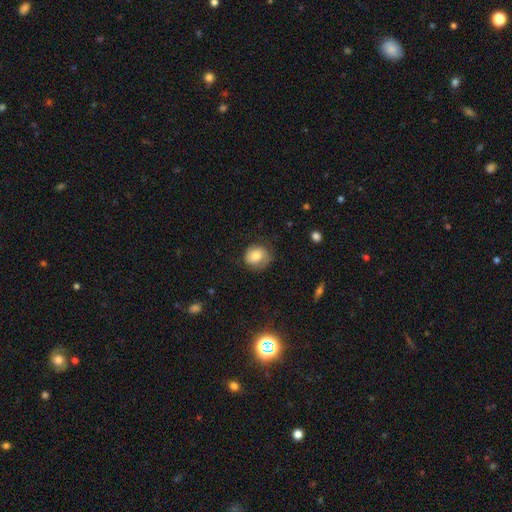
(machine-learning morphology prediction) Smooth or featured: smooth — 74% (featured or disk — 17%)
How rounded: round — 74% (in between — 25%)
Merging: none — 64% (minor disturbance — 25%)